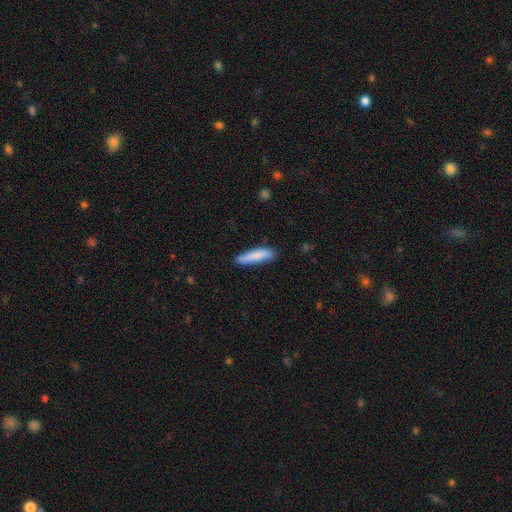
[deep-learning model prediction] Smooth or featured? smooth (84%)
How rounded? cigar-shaped (81%)
Merging? none (81%)